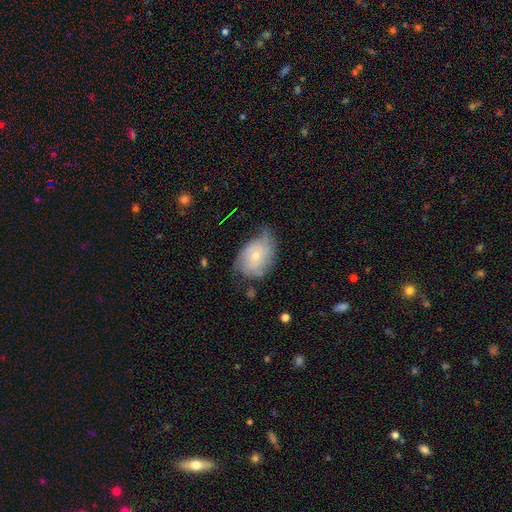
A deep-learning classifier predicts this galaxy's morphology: smooth-or-featured: featured or disk: 62% | smooth: 31% | star or artifact: 7%
  disk-edge-on: no: 96% | yes: 4%
    bar: no: 80% | weak: 17% | strong: 3%
    has-spiral-arms: yes: 80% | no: 20%
    bulge-size: small: 57% | moderate: 39% | large: 2% | none: 1% | dominant: 1%
  merging: none: 44% | minor disturbance: 36% | major disturbance: 18% | merger: 2%